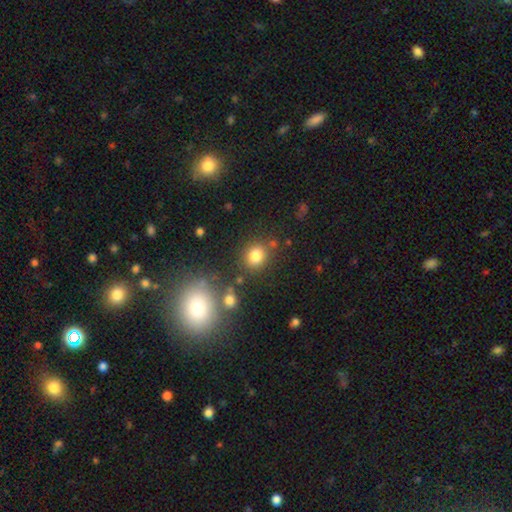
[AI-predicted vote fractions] The model was most divided on "how rounded": round: 69%, in between: 30%, cigar-shaped: 1%. More confident: smooth or featured — smooth (80%); merging — none (77%).